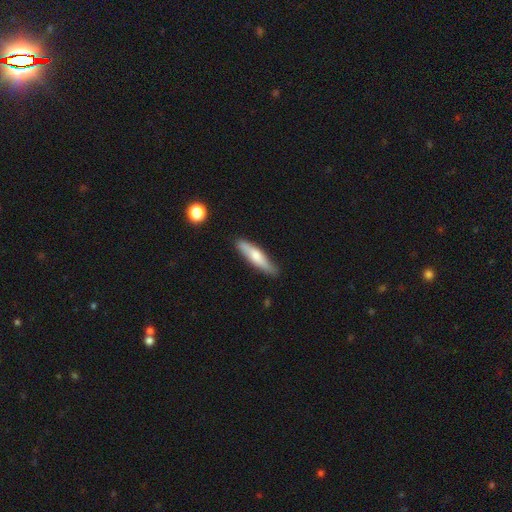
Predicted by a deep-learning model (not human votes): Smooth or featured: smooth — 63% (featured or disk — 31%)
How rounded: cigar-shaped — 78% (in between — 21%)
Merging: none — 83% (minor disturbance — 14%)